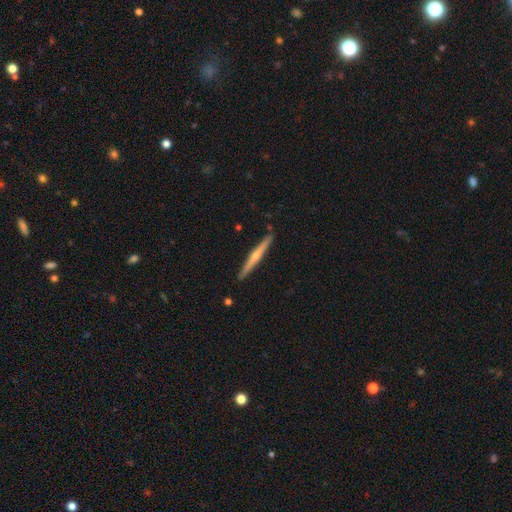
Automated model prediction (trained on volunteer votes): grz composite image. It shows a featured or disk galaxy (65%) viewed edge-on (98%) with a rounded central bulge (76%). Merging: none (91%).